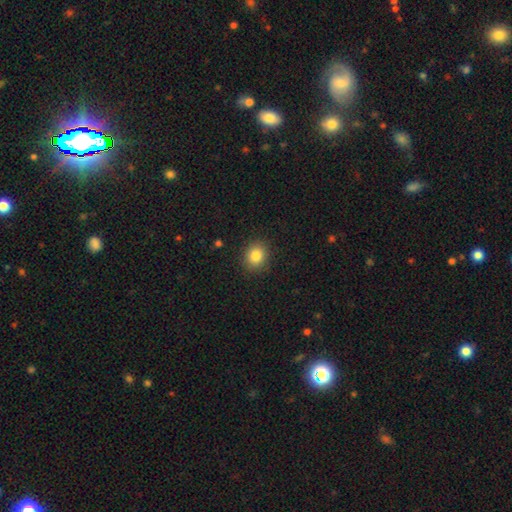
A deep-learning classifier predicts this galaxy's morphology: type=smooth (84%); roundness=round (69%); merging=none (89%).